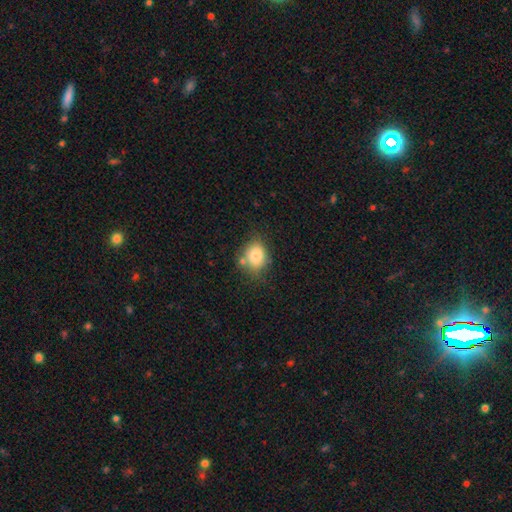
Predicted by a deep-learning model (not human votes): Overall: smooth (82%). How rounded: in between (54%; round 45%). Merging: none (65%).